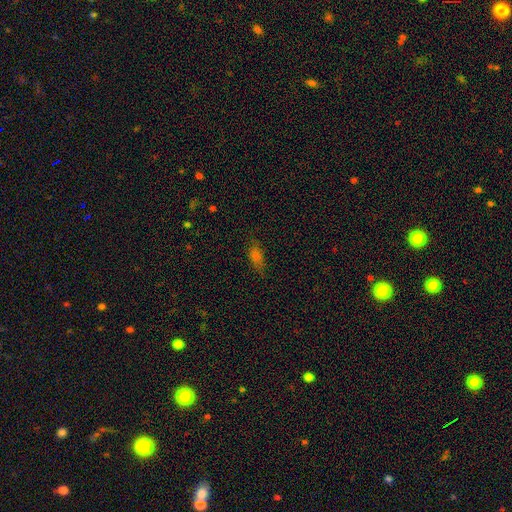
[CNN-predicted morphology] This appears to be a smooth galaxy with no disk features (66%) that is in between round and cigar-shaped (69%). Merging: none (76%).